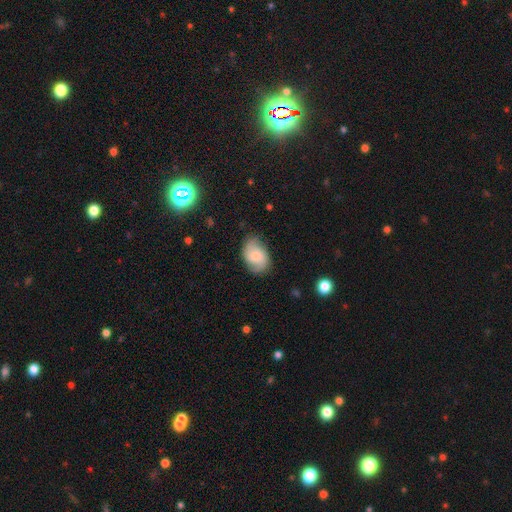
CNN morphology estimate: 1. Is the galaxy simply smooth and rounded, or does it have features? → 51% smooth, 42% featured or disk, 7% star or artifact.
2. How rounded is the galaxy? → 82% in between, 17% round, 1% cigar-shaped.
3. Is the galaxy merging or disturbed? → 70% none, 23% minor disturbance, 6% major disturbance, 1% merger.